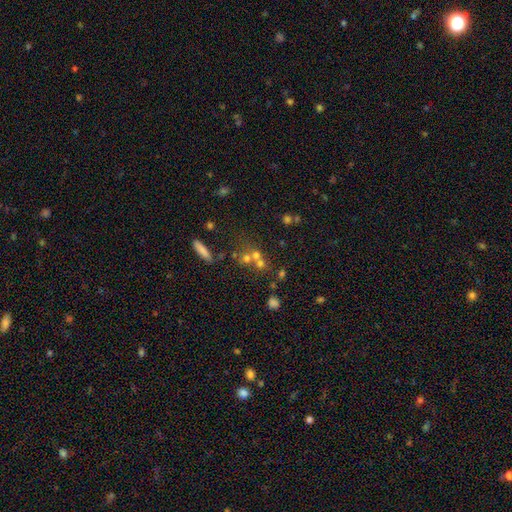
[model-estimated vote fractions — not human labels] Q: Smooth or featured?
A: smooth (55%); runner-up: featured or disk (23%)
Q: How rounded?
A: round (78%); runner-up: in between (19%)
Q: Merging?
A: merger (48%); runner-up: none (39%)